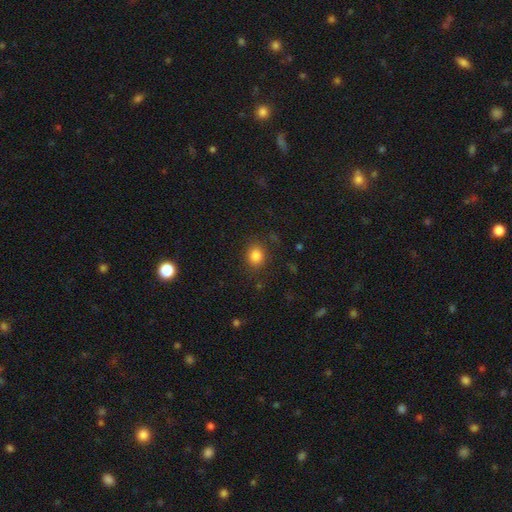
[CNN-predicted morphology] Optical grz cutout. It shows a smooth galaxy with no disk features (84%) that is round (73%). Merging: none (85%).